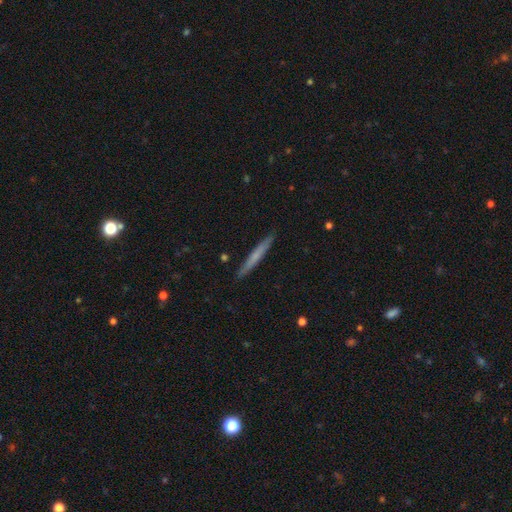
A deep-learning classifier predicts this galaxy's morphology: The model was most divided on "smooth or featured": smooth: 56%, featured or disk: 38%, star or artifact: 6%. More confident: how rounded — cigar-shaped (96%); merging — none (90%).